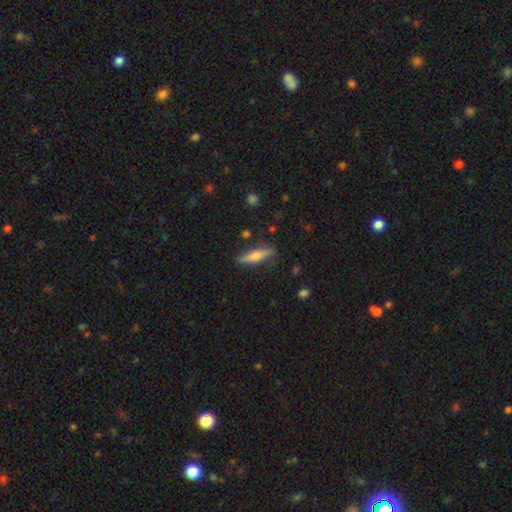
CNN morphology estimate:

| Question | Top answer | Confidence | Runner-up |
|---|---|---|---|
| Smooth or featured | smooth | 47% | tied: featured or disk (47%) |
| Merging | none | 86% | minor disturbance (10%) |